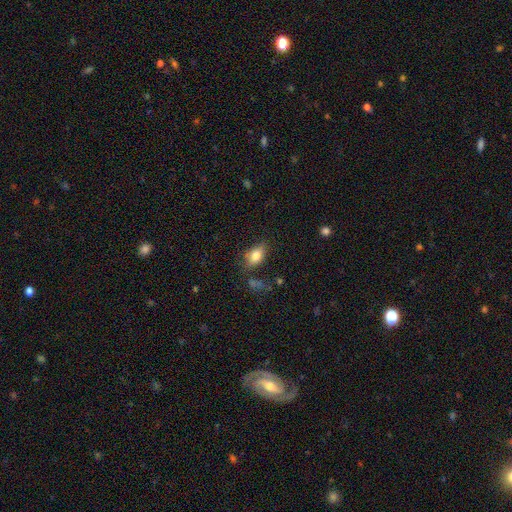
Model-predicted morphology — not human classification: smooth 79%, featured or disk 12%, star or artifact 9%. Down the decision tree: how rounded — in between (87%); merging — none (68%).